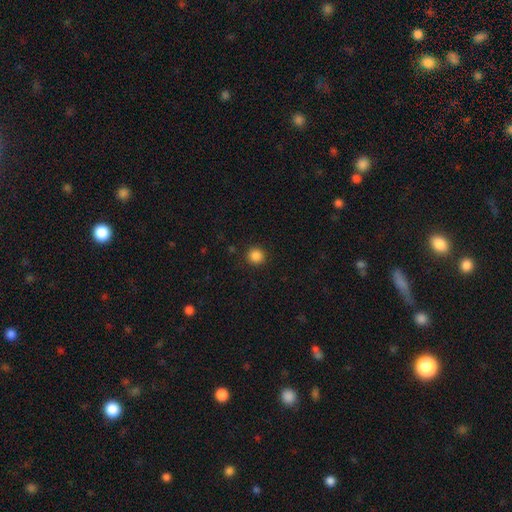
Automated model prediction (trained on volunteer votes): smooth-or-featured: smooth: 86% | star or artifact: 11% | featured or disk: 3%
  how-rounded: round: 94% | in between: 5% | cigar-shaped: 1%
  merging: none: 91% | minor disturbance: 6% | major disturbance: 2% | merger: 1%